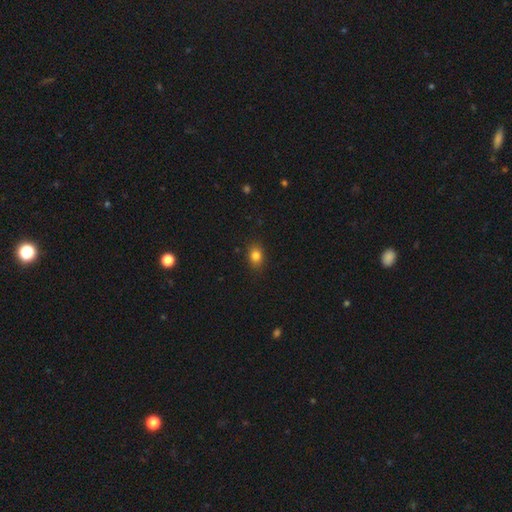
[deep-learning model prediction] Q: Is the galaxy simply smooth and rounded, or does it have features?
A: smooth — 83%.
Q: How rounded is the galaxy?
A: in between — 61%.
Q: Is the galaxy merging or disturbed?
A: none — 86%.